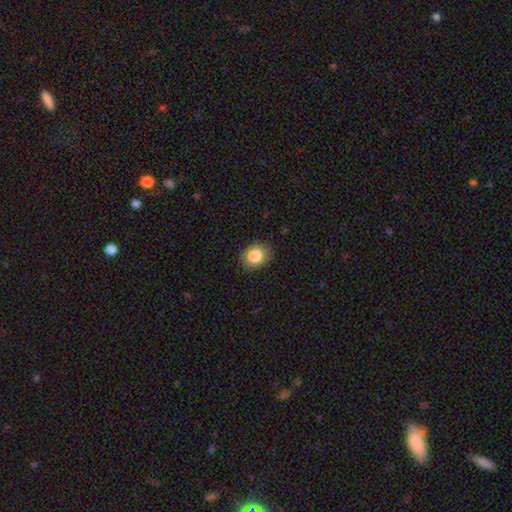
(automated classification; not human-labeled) This is clearly a smooth galaxy (84%). How rounded: possibly round (54%). Merging: clearly none (85%).